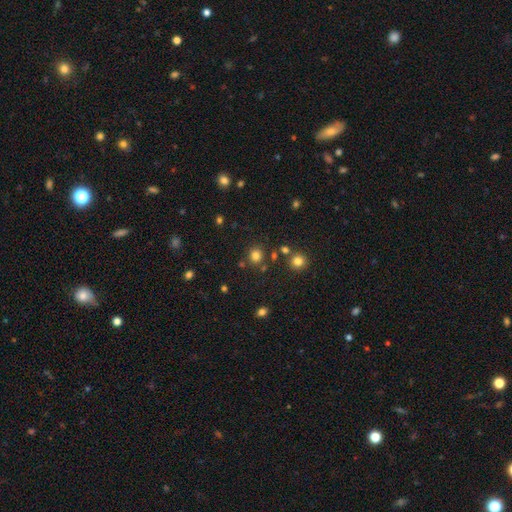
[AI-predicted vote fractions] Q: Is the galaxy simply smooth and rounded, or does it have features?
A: smooth — 79%.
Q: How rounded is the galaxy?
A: round — 88%.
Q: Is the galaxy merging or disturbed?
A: none — 82%.